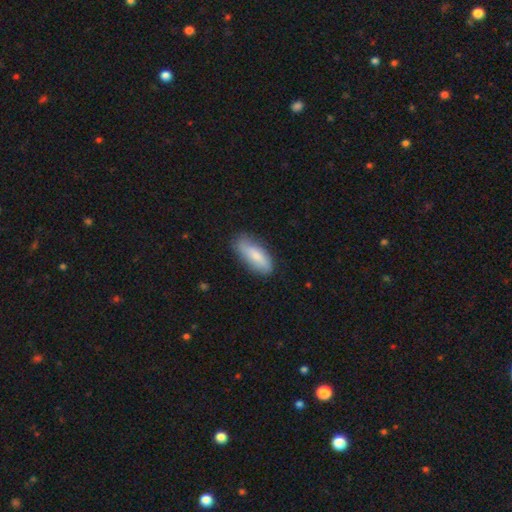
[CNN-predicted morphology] Q: Smooth or featured?
A: smooth (76%); runner-up: featured or disk (18%)
Q: How rounded?
A: in between (73%); runner-up: cigar-shaped (25%)
Q: Merging?
A: none (76%); runner-up: minor disturbance (19%)